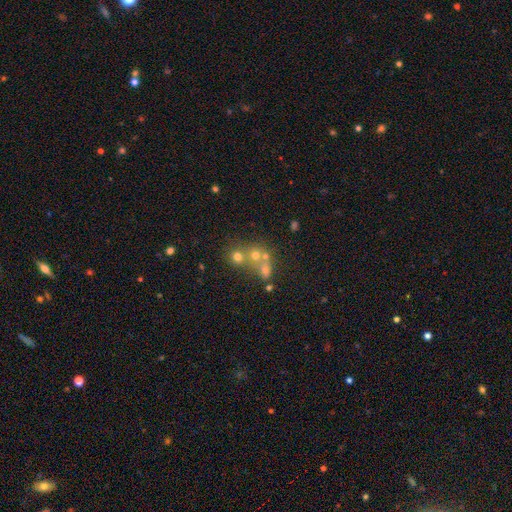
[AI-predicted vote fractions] Morphology: type=smooth (55%); roundness=round (77%); merging=merger (48%).